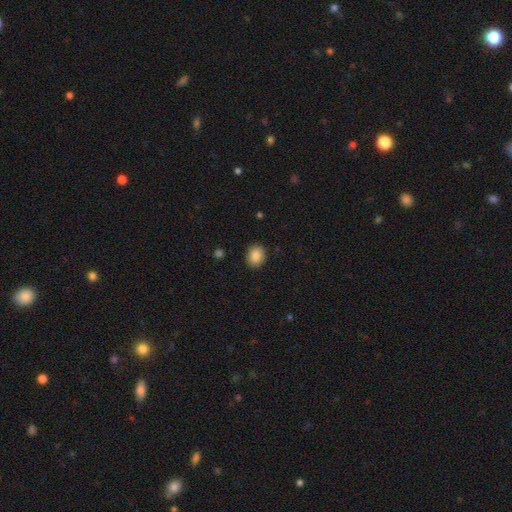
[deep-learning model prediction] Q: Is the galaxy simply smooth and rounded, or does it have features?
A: smooth — 88%.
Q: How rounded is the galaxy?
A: round — 53%.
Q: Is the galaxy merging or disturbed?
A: none — 89%.